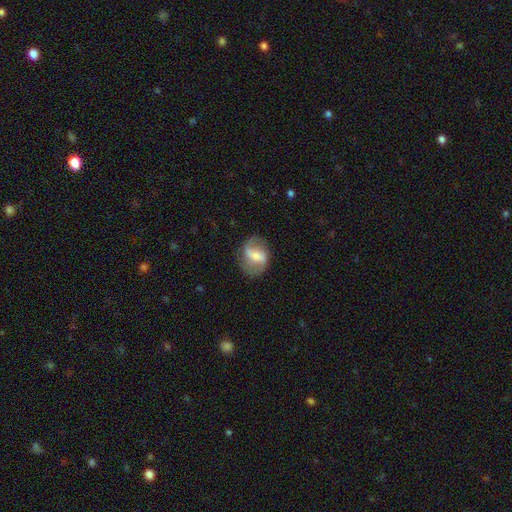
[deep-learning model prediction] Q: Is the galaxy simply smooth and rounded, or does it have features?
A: featured or disk — 71%.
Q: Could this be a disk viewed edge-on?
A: no — 97%.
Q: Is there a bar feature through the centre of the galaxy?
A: weak — 43%.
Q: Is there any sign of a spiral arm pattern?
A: yes — 88%.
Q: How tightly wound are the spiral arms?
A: loose — 50%.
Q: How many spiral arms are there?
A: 2 — 84%.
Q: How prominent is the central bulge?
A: small — 44%.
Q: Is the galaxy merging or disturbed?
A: none — 72%.